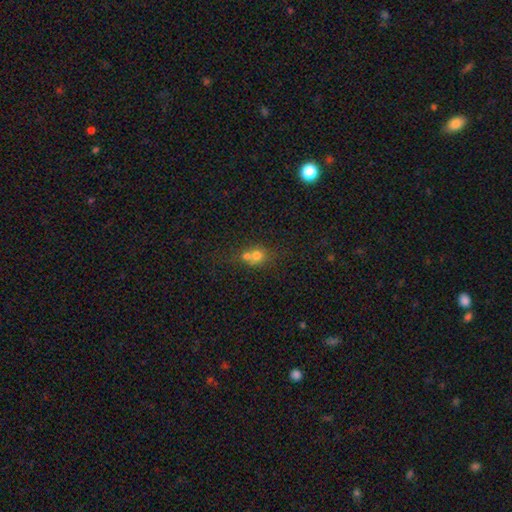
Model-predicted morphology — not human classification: Smooth or featured?
  - smooth: 67% *
  - featured or disk: 17%
  - star or artifact: 16%
How rounded?
  - round: 79% *
  - in between: 20%
  - cigar-shaped: 1%
Merging?
  - merger: 59% *
  - none: 31%
  - minor disturbance: 6%
  - major disturbance: 3%